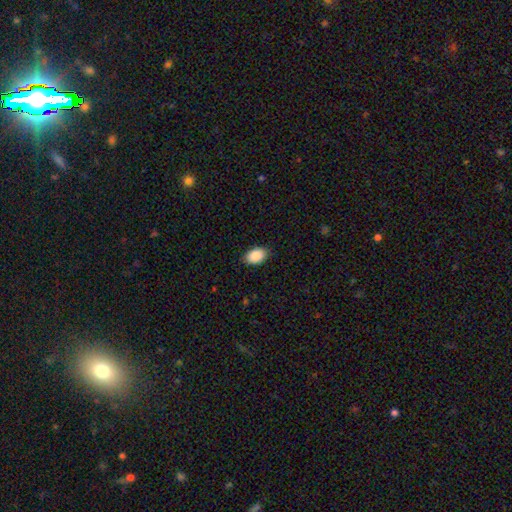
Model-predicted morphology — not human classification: The model was most divided on "merging": none: 85%, minor disturbance: 12%, major disturbance: 2%, merger: 1%. More confident: how rounded — in between (90%); smooth or featured — smooth (90%).